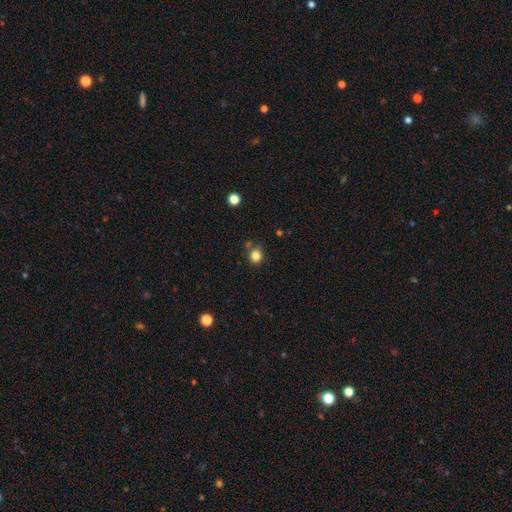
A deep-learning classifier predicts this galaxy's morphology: Smooth or featured?
  - smooth: 83% *
  - star or artifact: 12%
  - featured or disk: 5%
How rounded?
  - round: 77% *
  - in between: 22%
  - cigar-shaped: 1%
Merging?
  - none: 73% *
  - minor disturbance: 15%
  - merger: 8%
  - major disturbance: 4%